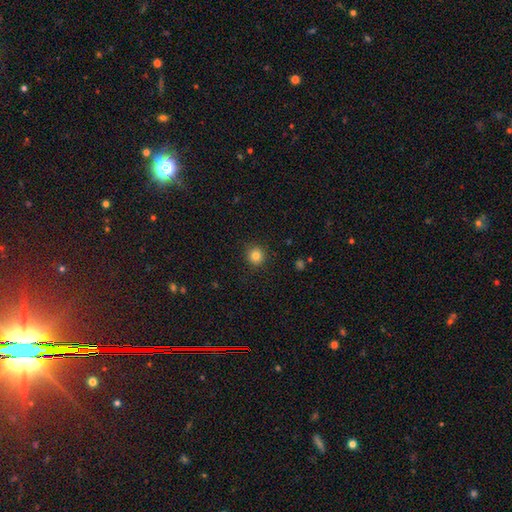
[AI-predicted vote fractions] Smooth or featured: smooth — 83% (star or artifact — 12%)
How rounded: round — 93% (in between — 6%)
Merging: none — 91% (minor disturbance — 6%)